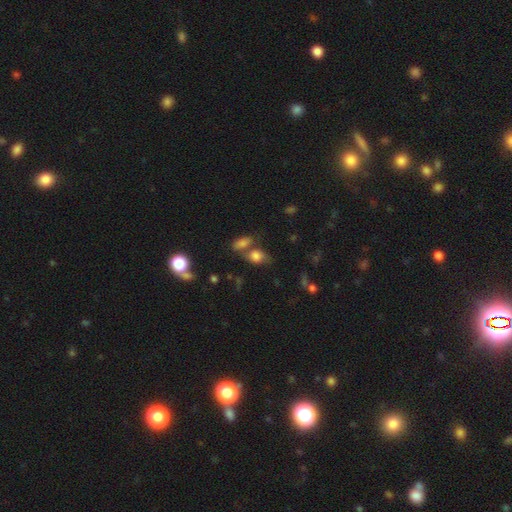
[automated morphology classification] This appears to be a smooth galaxy with no disk features (71%) that is in between round and cigar-shaped (68%). Merging: none (40%).